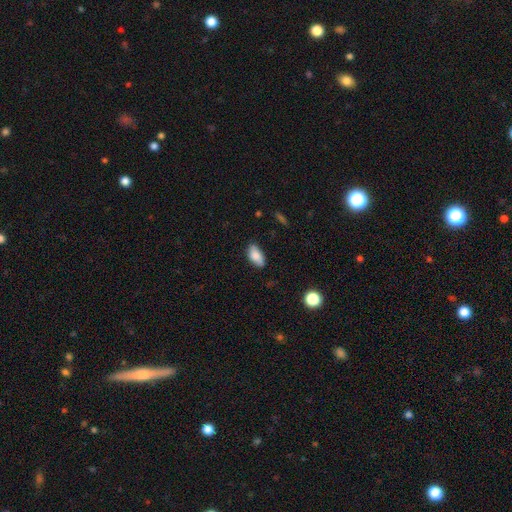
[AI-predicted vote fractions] A smooth galaxy with no disk features (84%) that is in between round and cigar-shaped (91%).

Vote fractions:
- Smooth or featured? smooth: 84% / featured or disk: 9% / star or artifact: 7%
- How rounded? in between: 91% / cigar-shaped: 6% / round: 3%
- Merging? none: 80% / minor disturbance: 16% / major disturbance: 3% / merger: 1%